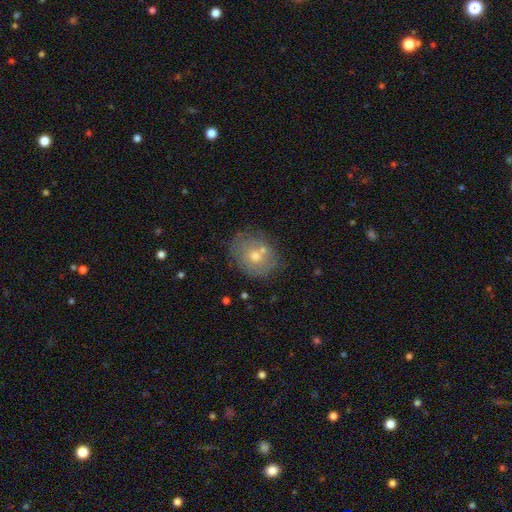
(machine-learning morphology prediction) The model was most divided on "how rounded": round: 54%, in between: 45%, cigar-shaped: 1%. More confident: merging — none (63%); smooth or featured — smooth (54%).